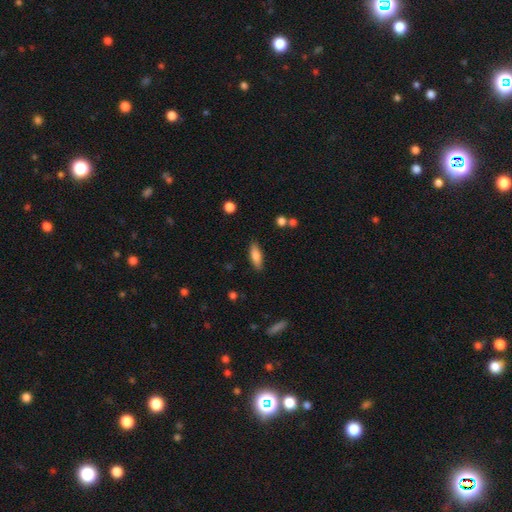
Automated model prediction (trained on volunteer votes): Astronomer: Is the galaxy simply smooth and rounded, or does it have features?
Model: smooth — 77%.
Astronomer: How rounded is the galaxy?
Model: in between — 62%.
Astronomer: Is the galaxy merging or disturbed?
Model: none — 85%.